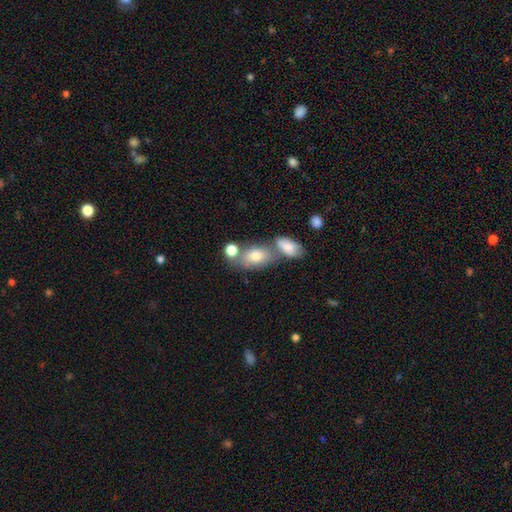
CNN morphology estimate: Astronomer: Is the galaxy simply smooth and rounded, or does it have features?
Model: smooth — 73%.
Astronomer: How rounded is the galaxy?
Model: in between — 81%.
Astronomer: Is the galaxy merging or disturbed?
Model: none — 45% (runner-up: merger, 36%).